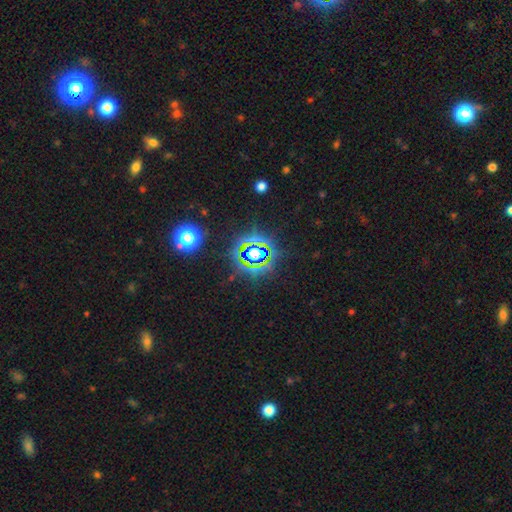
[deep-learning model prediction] Smooth or featured? star or artifact (76%)